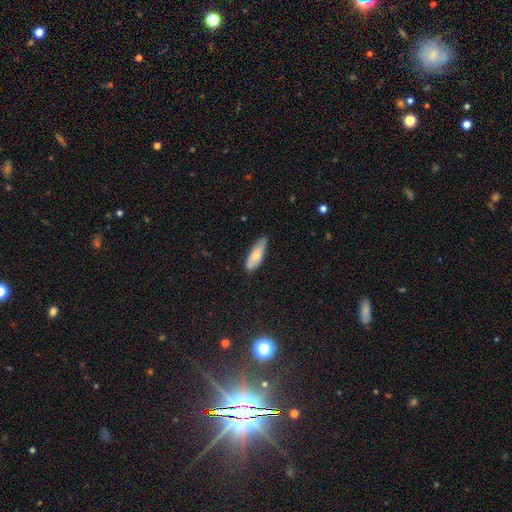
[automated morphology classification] A smooth galaxy with no disk features (72%) that is in between round and cigar-shaped (64%). Merging: none (71%).